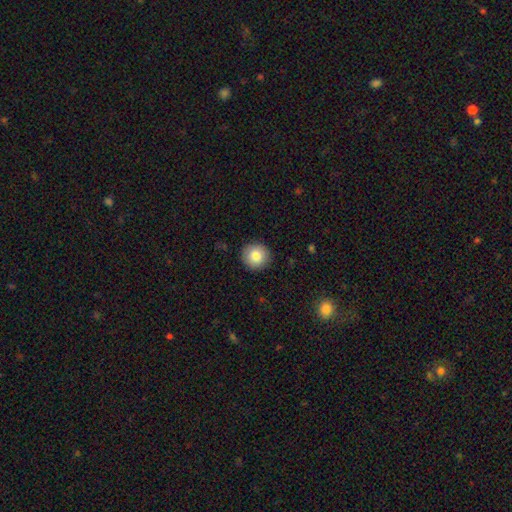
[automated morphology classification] This is clearly a smooth galaxy (84%). How rounded: clearly round (95%). Merging: clearly none (91%).